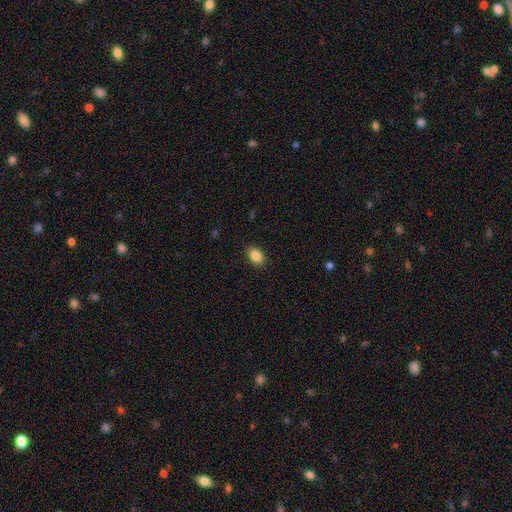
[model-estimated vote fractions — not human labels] This is clearly a smooth galaxy (87%). How rounded: clearly in between (81%). Merging: clearly none (87%).